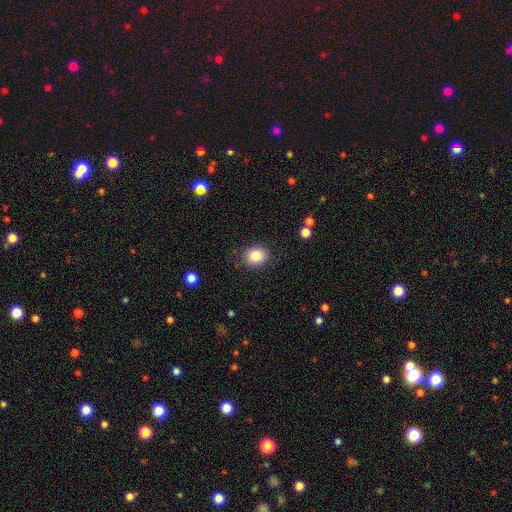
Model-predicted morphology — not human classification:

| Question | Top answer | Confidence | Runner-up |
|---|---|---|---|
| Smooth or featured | smooth | 85% | star or artifact (9%) |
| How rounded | round | 67% | in between (33%) |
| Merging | none | 86% | minor disturbance (10%) |